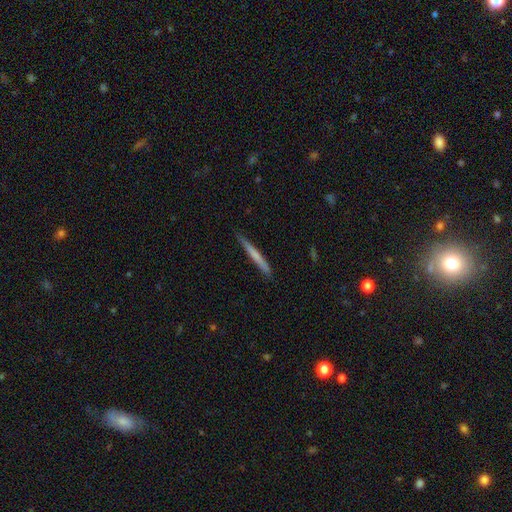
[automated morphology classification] Q: Smooth or featured?
A: smooth (60%); runner-up: featured or disk (35%)
Q: How rounded?
A: cigar-shaped (97%); runner-up: in between (2%)
Q: Merging?
A: none (87%); runner-up: minor disturbance (10%)